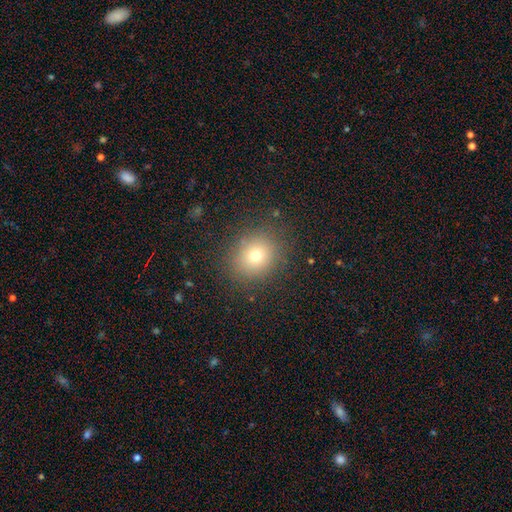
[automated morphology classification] smooth_or_featured: smooth (p=0.72) [alt: star or artifact p=0.17]
how_rounded: round (p=0.77) [alt: in between p=0.22]
merging: none (p=0.86) [alt: minor disturbance p=0.09]